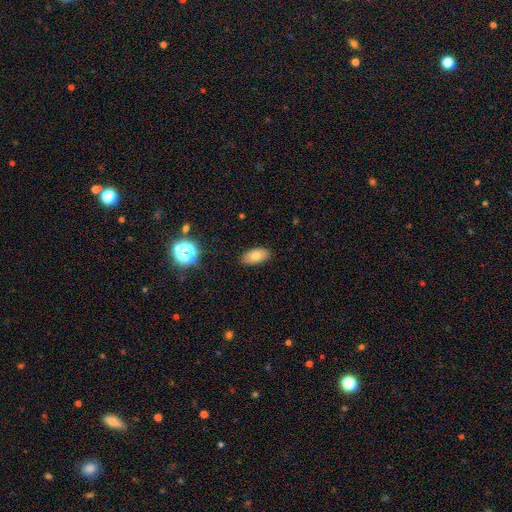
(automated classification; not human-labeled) Smooth or featured? Predicted: smooth (p=0.78). How rounded? Predicted: in between (p=0.91). Merging? Predicted: none (p=0.86).